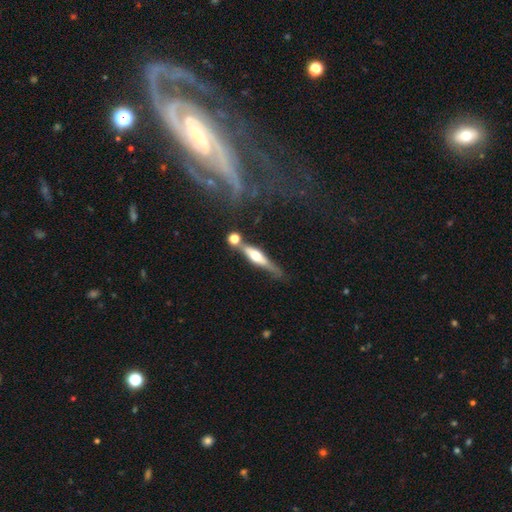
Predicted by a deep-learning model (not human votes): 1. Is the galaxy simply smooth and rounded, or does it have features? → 61% featured or disk, 31% smooth, 7% star or artifact.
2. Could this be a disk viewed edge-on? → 91% yes, 9% no.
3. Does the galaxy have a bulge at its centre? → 85% rounded, 11% boxy, 4% none.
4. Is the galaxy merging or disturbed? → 60% none, 17% minor disturbance, 16% merger, 7% major disturbance.